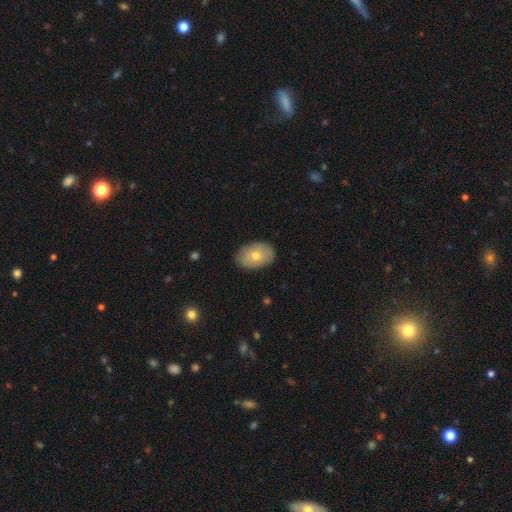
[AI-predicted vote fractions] Smooth or featured? smooth (66%)
How rounded? in between (85%)
Merging? none (86%)